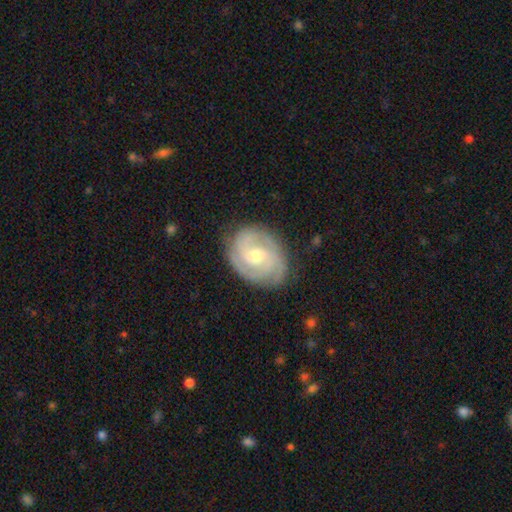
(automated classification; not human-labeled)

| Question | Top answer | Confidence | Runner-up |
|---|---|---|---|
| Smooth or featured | featured or disk | 84% | smooth (11%) |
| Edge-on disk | no | 97% | yes (3%) |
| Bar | no | 49% | weak (43%) |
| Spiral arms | yes | 96% | no (4%) |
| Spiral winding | tight | 58% | medium (35%) |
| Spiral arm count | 3 | 40% | 2 (25%) |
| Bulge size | moderate | 52% | small (45%) |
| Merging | none | 80% | minor disturbance (15%) |